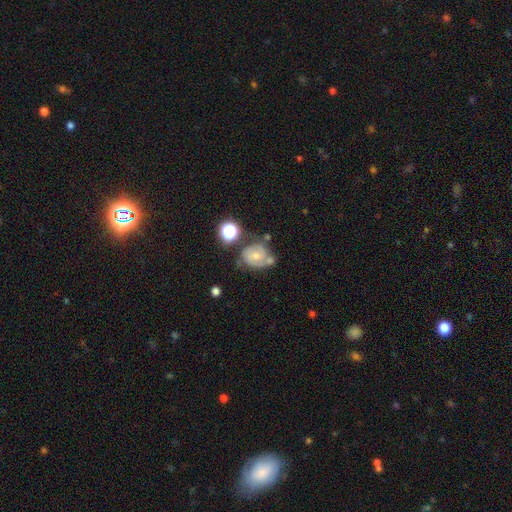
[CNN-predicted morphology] A featured or disk galaxy (61%) with no bar (65%), spiral arms (81%) and a moderate central bulge (47%). Merging: none (43%).